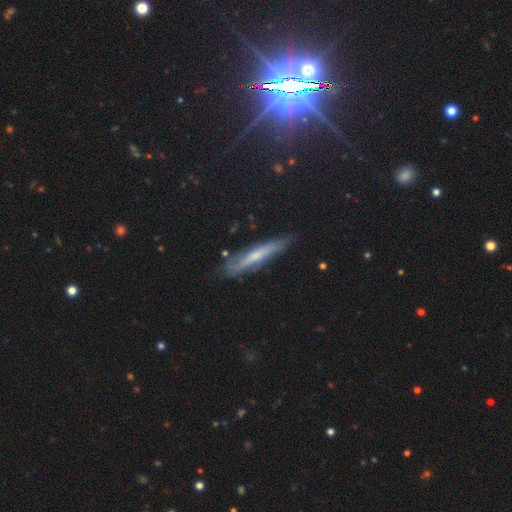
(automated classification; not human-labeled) Overall: featured or disk (50%; smooth 40%). Edge-on disk: yes (80%). Merging: none (73%).